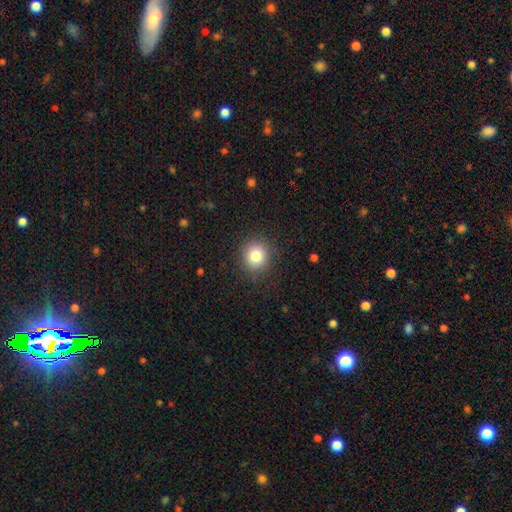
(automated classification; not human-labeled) A smooth galaxy with no disk features (81%) that is round (89%).

Vote fractions:
- Smooth or featured? smooth: 81% / star or artifact: 11% / featured or disk: 7%
- How rounded? round: 89% / in between: 10% / cigar-shaped: 1%
- Merging? none: 89% / minor disturbance: 7% / major disturbance: 3% / merger: 1%